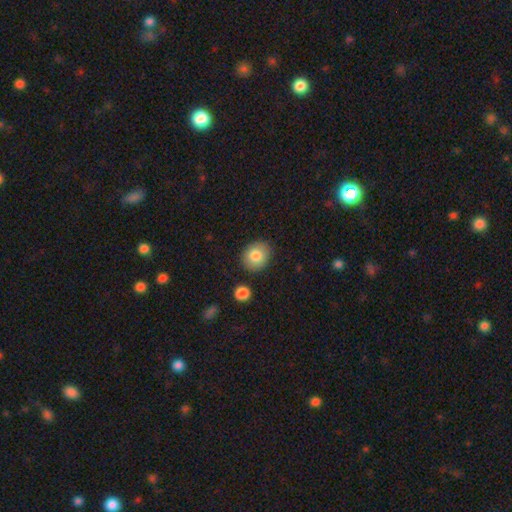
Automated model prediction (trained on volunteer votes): Morphology: type=smooth (82%); roundness=round (67%); merging=none (85%).